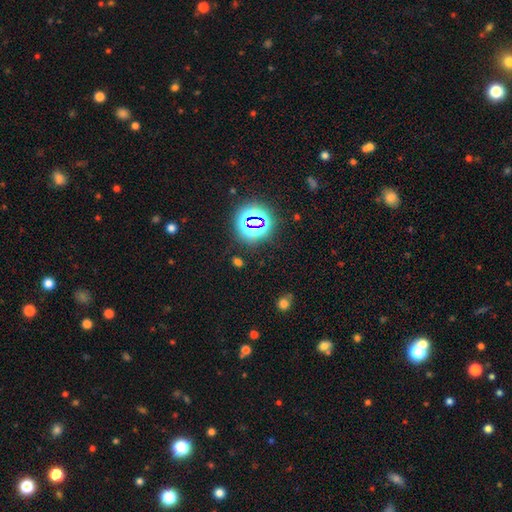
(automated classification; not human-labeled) A star or artifact, not a galaxy (77%).

Vote fractions:
- Smooth or featured? star or artifact: 77% / smooth: 16% / featured or disk: 7%